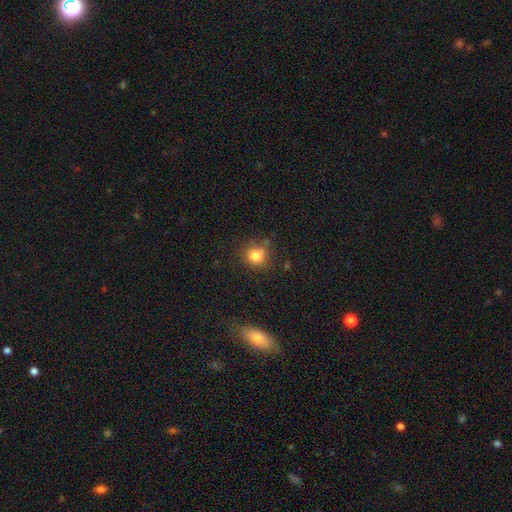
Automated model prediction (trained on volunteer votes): A smooth galaxy with no disk features (81%) that is round (84%).

Vote fractions:
- Smooth or featured? smooth: 81% / star or artifact: 12% / featured or disk: 6%
- How rounded? round: 84% / in between: 15% / cigar-shaped: 1%
- Merging? none: 74% / minor disturbance: 16% / merger: 5% / major disturbance: 5%